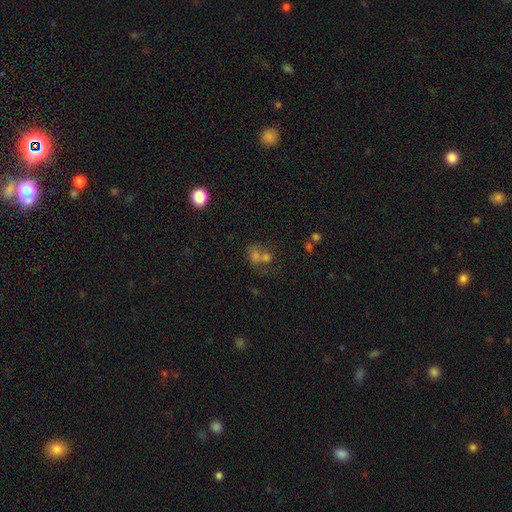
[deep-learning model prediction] Morphology: type=smooth (51%); roundness=round (59%); merging=merger (52%).